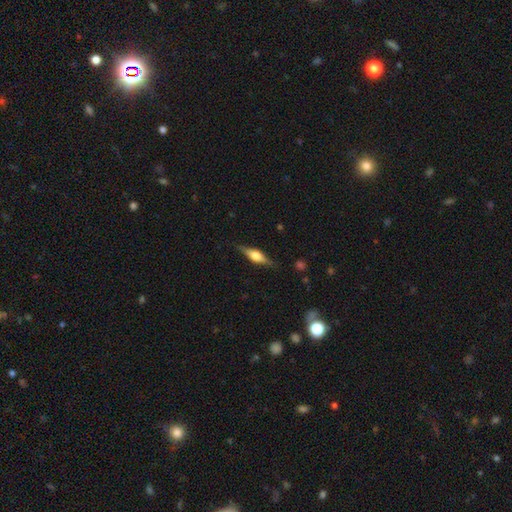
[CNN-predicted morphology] Q: Smooth or featured?
A: featured or disk (69%); runner-up: smooth (25%)
Q: Edge-on disk?
A: yes (97%); runner-up: no (3%)
Q: Edge-on bulge?
A: rounded (89%); runner-up: boxy (9%)
Q: Merging?
A: none (86%); runner-up: minor disturbance (10%)